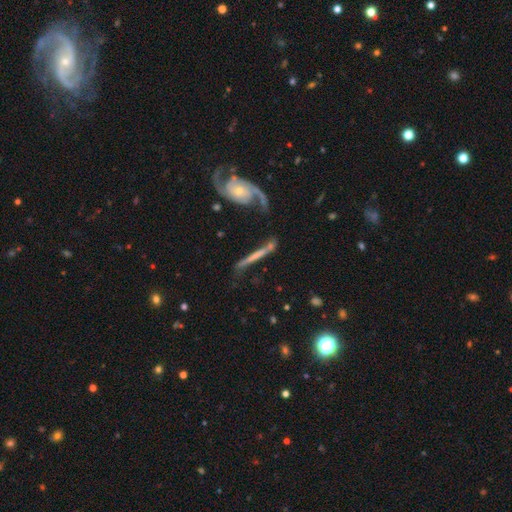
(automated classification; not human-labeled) Q: Smooth or featured?
A: featured or disk (62%); runner-up: smooth (32%)
Q: Edge-on disk?
A: yes (72%); runner-up: no (28%)
Q: Merging?
A: none (49%); runner-up: minor disturbance (22%)